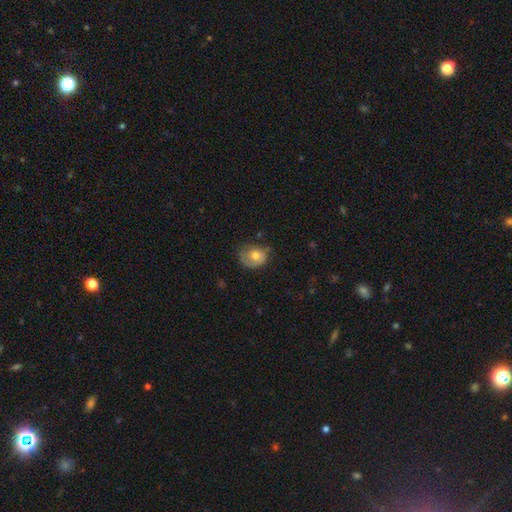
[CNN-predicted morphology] type=smooth (59%); roundness=round (54%); merging=none (51%).